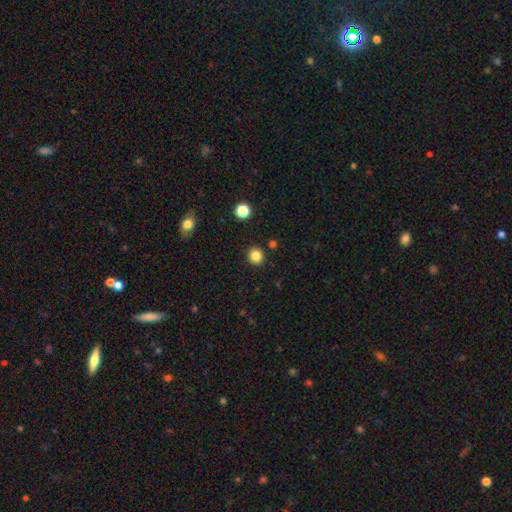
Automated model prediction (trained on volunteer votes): A smooth galaxy with no disk features (84%) that is round (88%).

Vote fractions:
- Smooth or featured? smooth: 84% / star or artifact: 12% / featured or disk: 4%
- How rounded? round: 88% / in between: 11% / cigar-shaped: 1%
- Merging? none: 90% / minor disturbance: 6% / merger: 2% / major disturbance: 2%